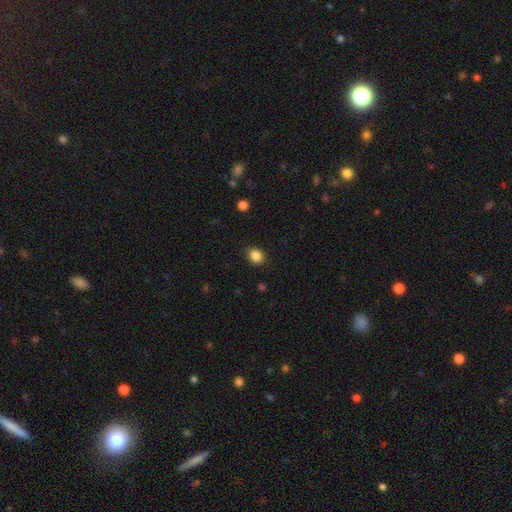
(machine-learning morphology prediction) Q: Smooth or featured?
A: smooth (87%); runner-up: star or artifact (10%)
Q: How rounded?
A: round (62%); runner-up: in between (37%)
Q: Merging?
A: none (89%); runner-up: minor disturbance (8%)